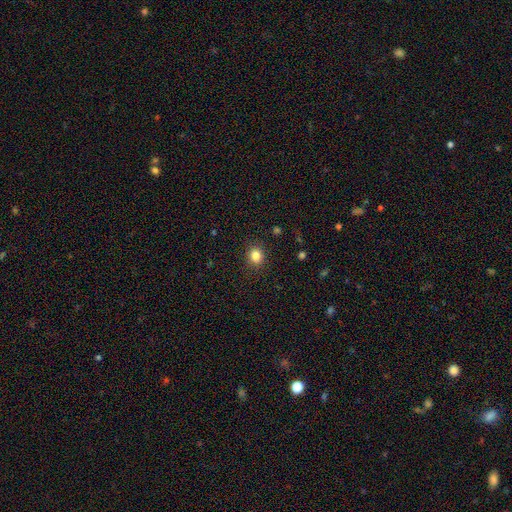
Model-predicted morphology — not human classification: smooth 83%, star or artifact 12%, featured or disk 5%. Down the decision tree: how rounded — round (73%); merging — none (89%).